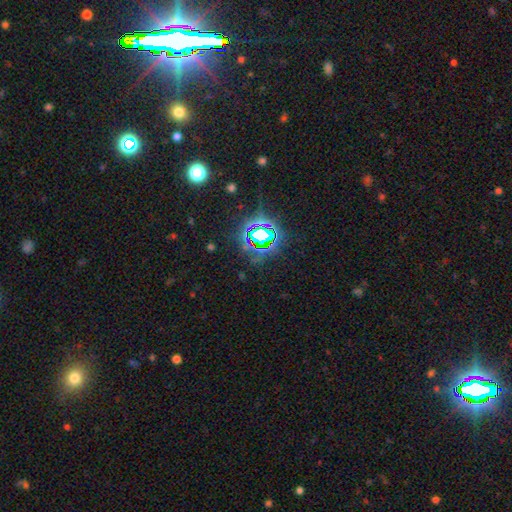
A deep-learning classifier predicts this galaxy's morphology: Smooth or featured? Predicted: star or artifact (p=0.80).